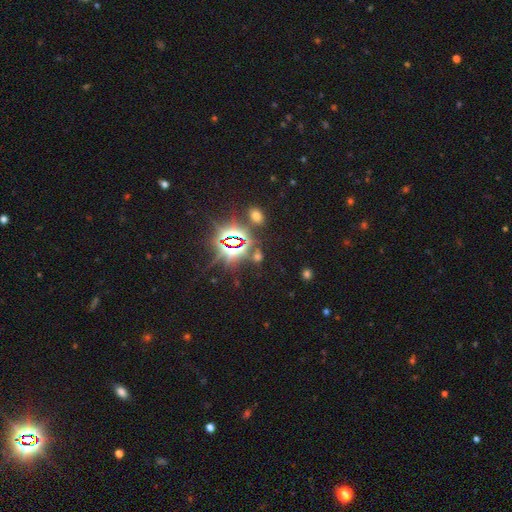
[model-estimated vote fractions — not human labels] This appears to be a star or artifact, not a galaxy (81%).